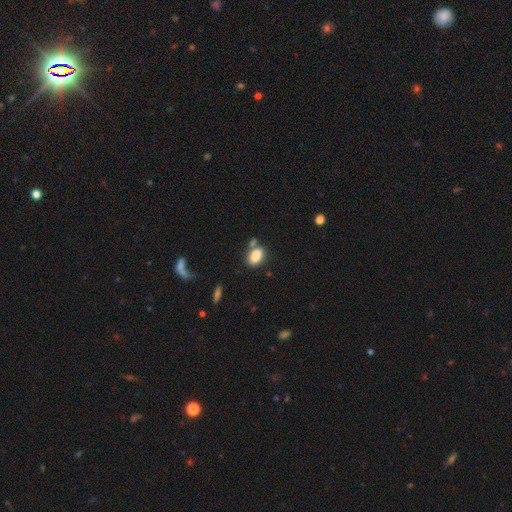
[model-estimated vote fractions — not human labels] smooth 85%, star or artifact 9%, featured or disk 7%. Down the decision tree: how rounded — in between (86%); merging — none (62%).